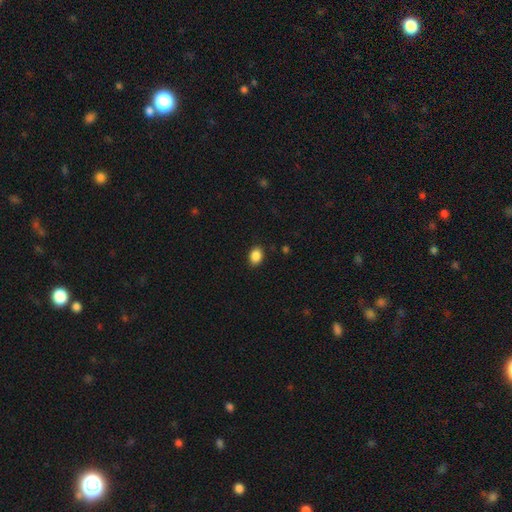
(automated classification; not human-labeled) This appears to be a smooth galaxy with no disk features (88%) that is in between round and cigar-shaped (73%). Merging: none (89%).